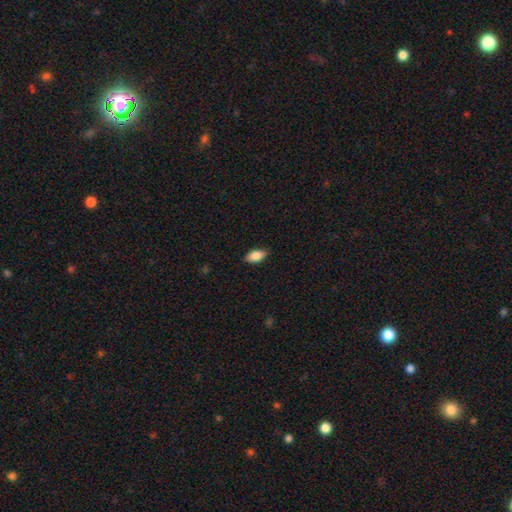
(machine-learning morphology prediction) This appears to be a smooth galaxy with no disk features (84%) that is in between round and cigar-shaped (91%). Merging: none (85%).